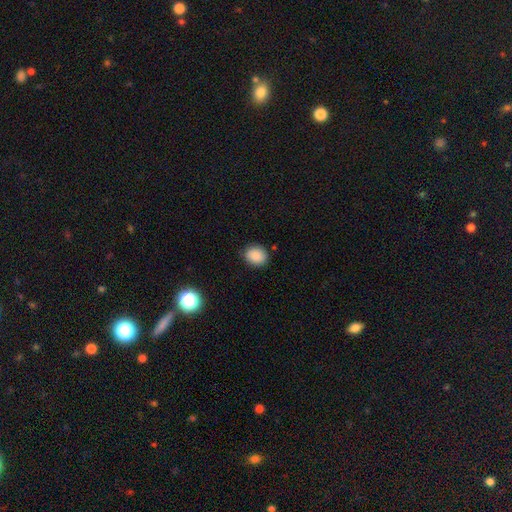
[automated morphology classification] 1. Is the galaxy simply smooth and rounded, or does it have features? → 87% smooth, 9% star or artifact, 4% featured or disk.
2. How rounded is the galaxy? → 57% round, 42% in between, 1% cigar-shaped.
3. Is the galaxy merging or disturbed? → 85% none, 11% minor disturbance, 2% major disturbance, 1% merger.